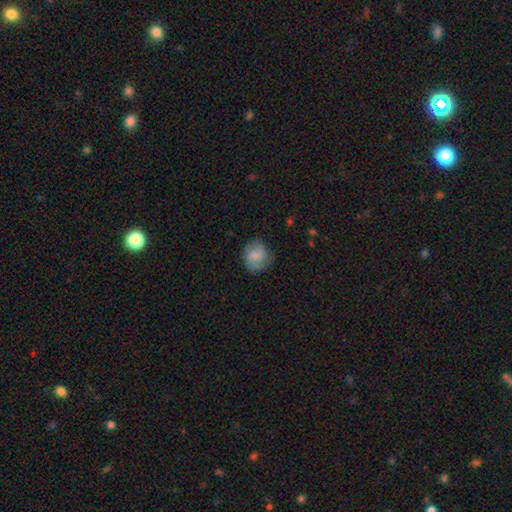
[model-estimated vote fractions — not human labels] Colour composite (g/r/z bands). It shows a smooth galaxy with no disk features (71%) that is round (73%). Merging: none (70%).